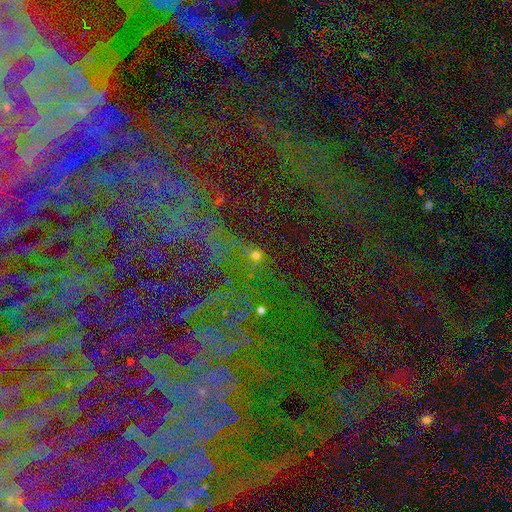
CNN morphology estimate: star or artifact 66%, smooth 19%, featured or disk 15%.